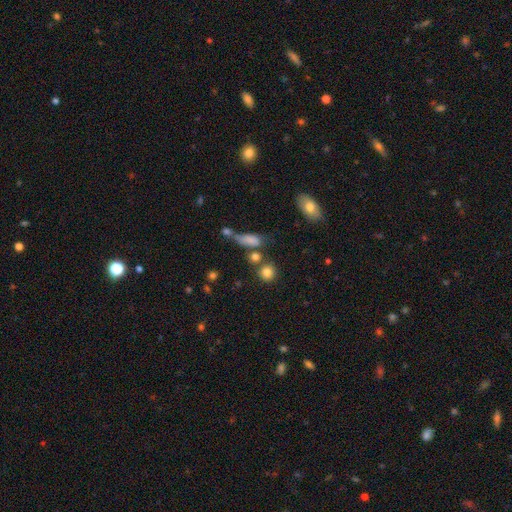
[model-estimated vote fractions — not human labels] Overall: smooth (45%; star or artifact 33%). Merging: none (65%).